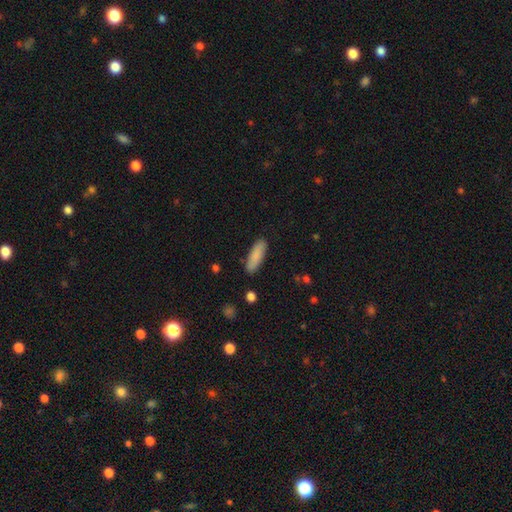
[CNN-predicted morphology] Smooth or featured? Predicted: smooth (p=0.86). How rounded? Predicted: cigar-shaped (p=0.52). Merging? Predicted: none (p=0.87).